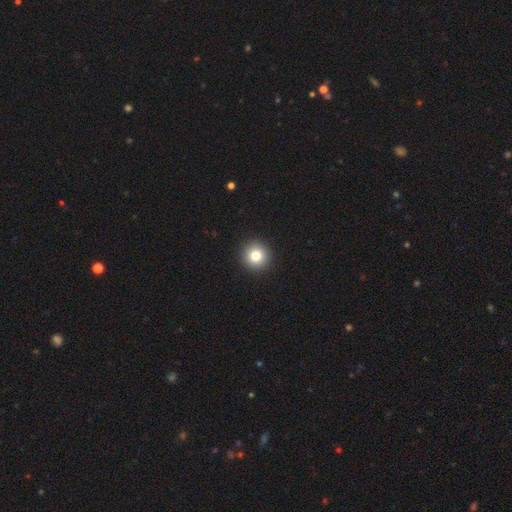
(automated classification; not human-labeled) A smooth galaxy with no disk features (81%) that is round (95%). Merging: none (93%).